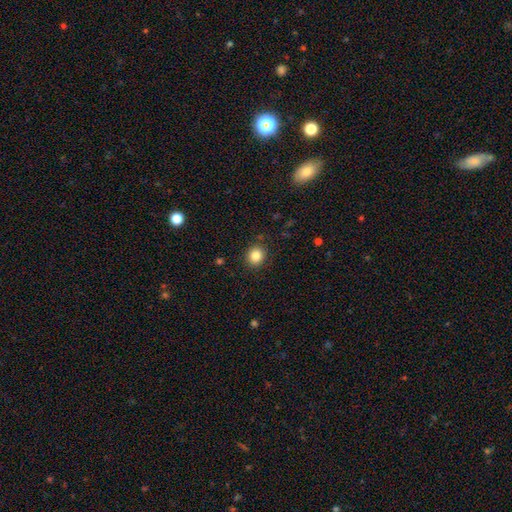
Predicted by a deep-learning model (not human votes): Smooth or featured? smooth (85%)
How rounded? round (81%)
Merging? none (89%)